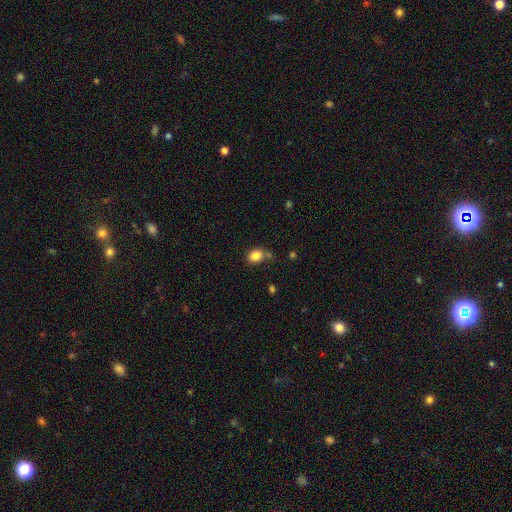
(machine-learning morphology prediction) Q: Smooth or featured?
A: smooth (85%); runner-up: star or artifact (10%)
Q: How rounded?
A: in between (50%); runner-up: round (49%)
Q: Merging?
A: none (70%); runner-up: minor disturbance (16%)